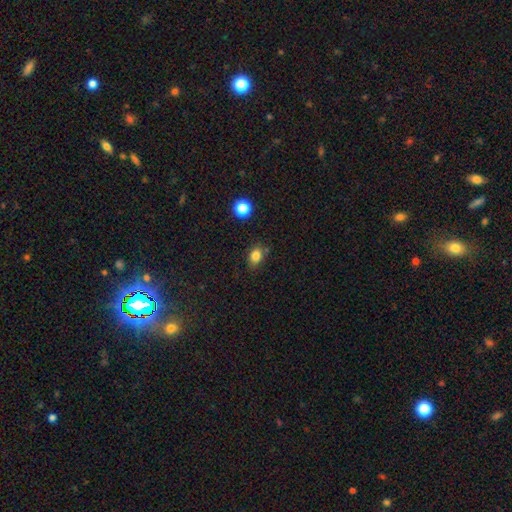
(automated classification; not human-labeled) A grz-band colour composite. It shows a smooth galaxy with no disk features (82%) that is in between round and cigar-shaped (65%). Merging: none (74%).